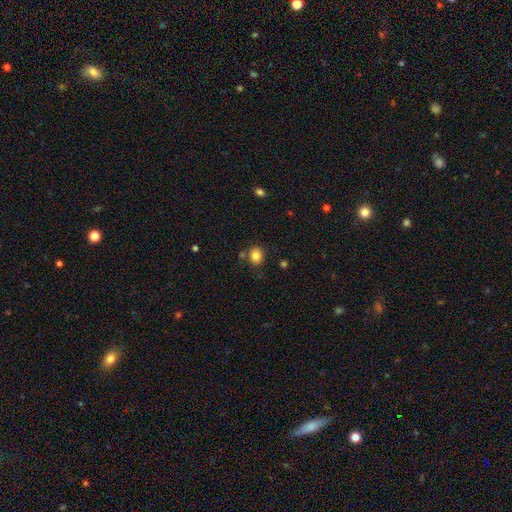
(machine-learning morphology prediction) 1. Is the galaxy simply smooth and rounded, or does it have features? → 84% smooth, 11% star or artifact, 5% featured or disk.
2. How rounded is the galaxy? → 72% round, 27% in between, 1% cigar-shaped.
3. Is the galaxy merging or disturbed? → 78% none, 11% minor disturbance, 8% merger, 3% major disturbance.